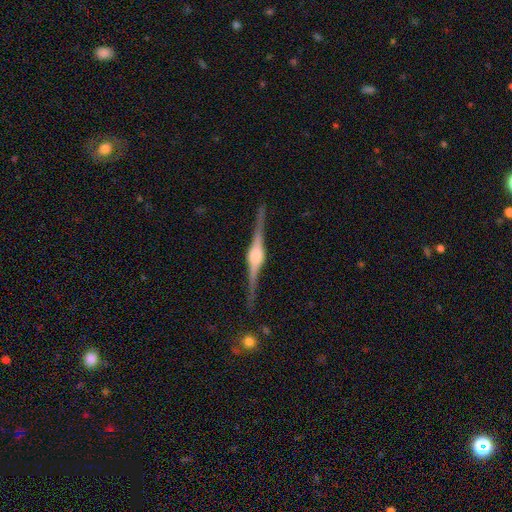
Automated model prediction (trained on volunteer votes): Morphology: type=featured or disk (89%); edge-on=yes (98%); edge-on bulge=rounded (83%); merging=none (87%).